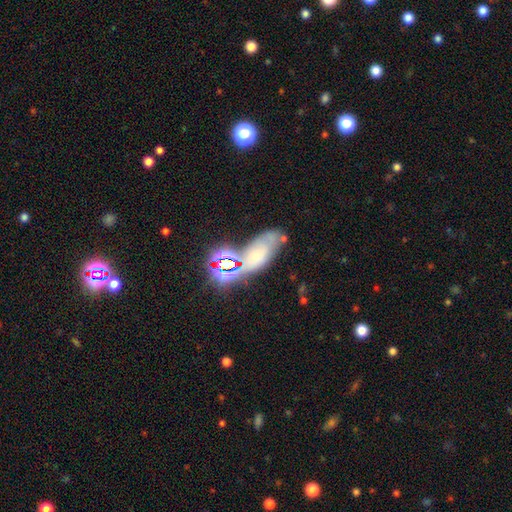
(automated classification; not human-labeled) A smooth galaxy with no disk features (40%). Merging: none (53%).